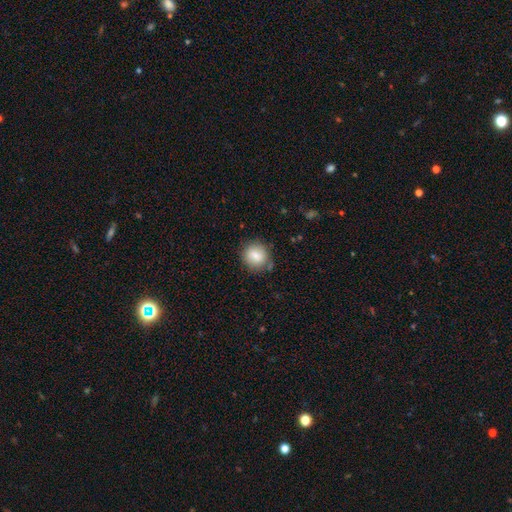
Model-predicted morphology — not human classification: type=smooth (82%); roundness=round (84%); merging=none (79%).